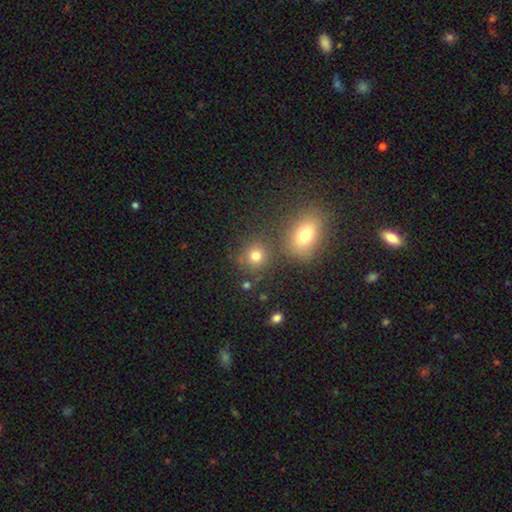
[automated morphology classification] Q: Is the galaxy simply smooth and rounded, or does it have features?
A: smooth — 75%.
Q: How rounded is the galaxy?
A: round — 83%.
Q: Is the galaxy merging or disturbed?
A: none — 70%.